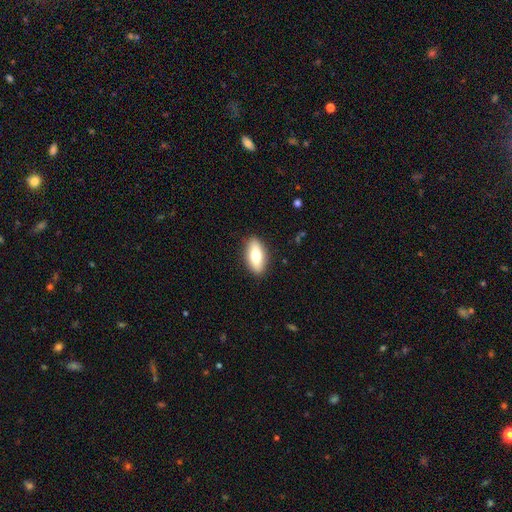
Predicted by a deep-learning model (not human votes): A smooth galaxy with no disk features (71%) that is in between round and cigar-shaped (84%). Merging: none (89%).